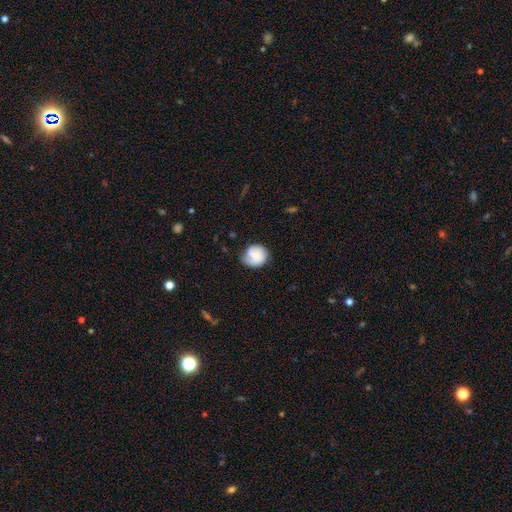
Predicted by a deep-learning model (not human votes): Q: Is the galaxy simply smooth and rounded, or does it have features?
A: smooth — 48%.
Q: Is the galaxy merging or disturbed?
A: none — 61%.